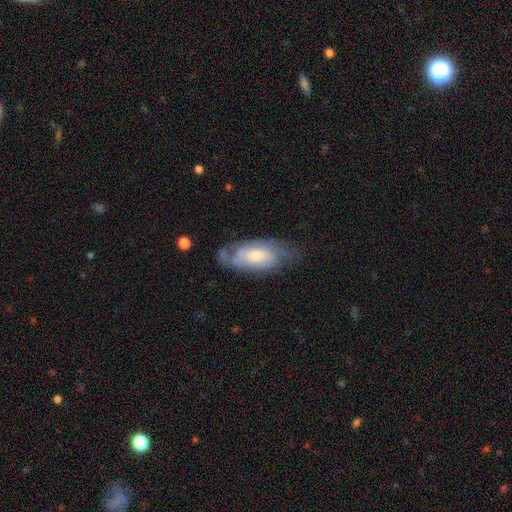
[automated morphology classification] Smooth or featured: featured or disk — 55% (smooth — 39%)
Edge-on disk: no — 89% (yes — 11%)
Merging: none — 54% (minor disturbance — 28%)